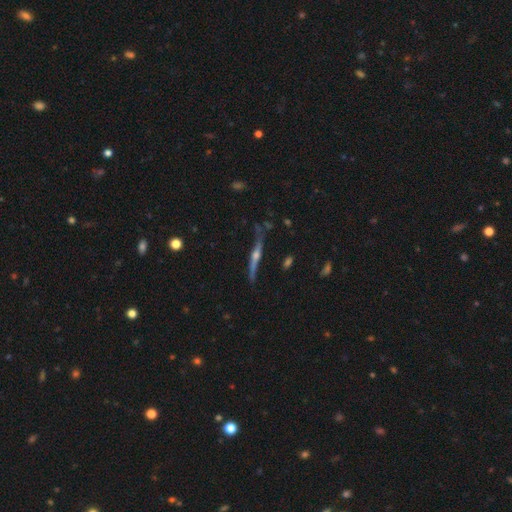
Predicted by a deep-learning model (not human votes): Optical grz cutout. It shows a featured or disk galaxy (80%) viewed edge-on (96%) with a rounded central bulge (88%). Merging: none (74%).